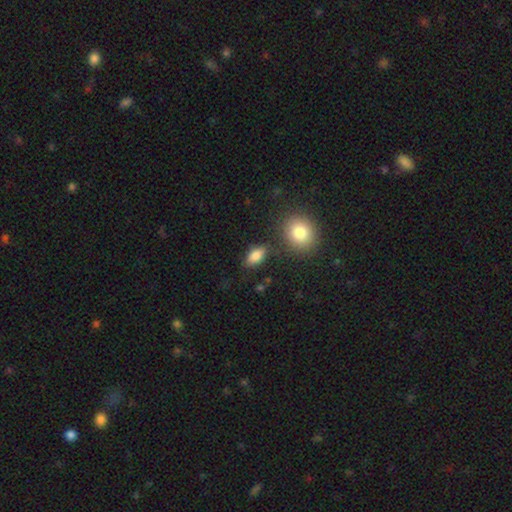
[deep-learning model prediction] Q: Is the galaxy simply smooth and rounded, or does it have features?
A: smooth — 85%.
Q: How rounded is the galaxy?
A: in between — 88%.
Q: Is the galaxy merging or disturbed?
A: none — 74%.